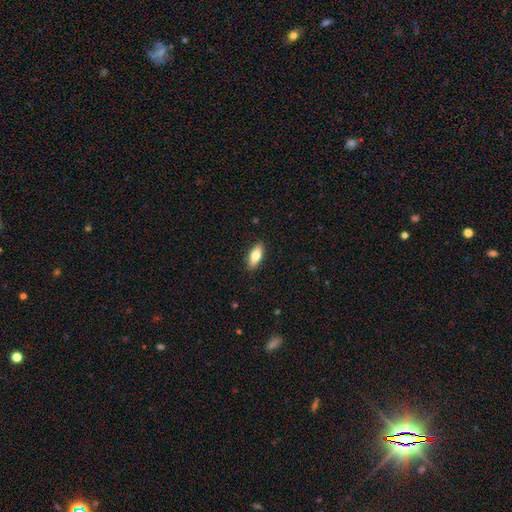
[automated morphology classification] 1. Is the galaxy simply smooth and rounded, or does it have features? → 76% smooth, 18% featured or disk, 6% star or artifact.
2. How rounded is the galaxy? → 77% in between, 20% cigar-shaped, 2% round.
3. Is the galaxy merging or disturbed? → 89% none, 8% minor disturbance, 2% major disturbance, 1% merger.